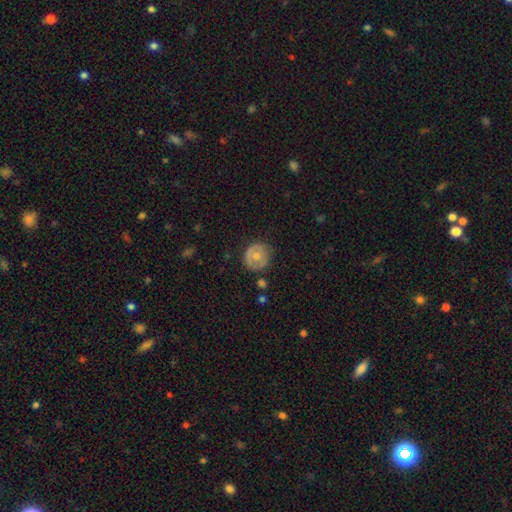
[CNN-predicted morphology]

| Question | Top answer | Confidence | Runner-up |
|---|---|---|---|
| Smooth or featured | smooth | 56% | featured or disk (36%) |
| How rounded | round | 86% | in between (13%) |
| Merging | none | 72% | minor disturbance (21%) |